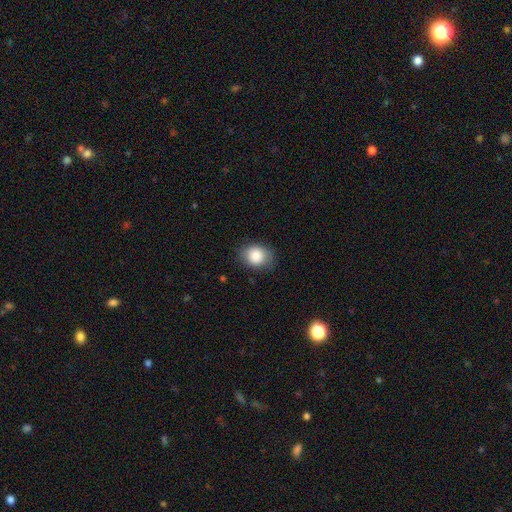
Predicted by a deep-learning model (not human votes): smooth 86%, star or artifact 8%, featured or disk 6%. Down the decision tree: how rounded — round (60%); merging — none (80%).